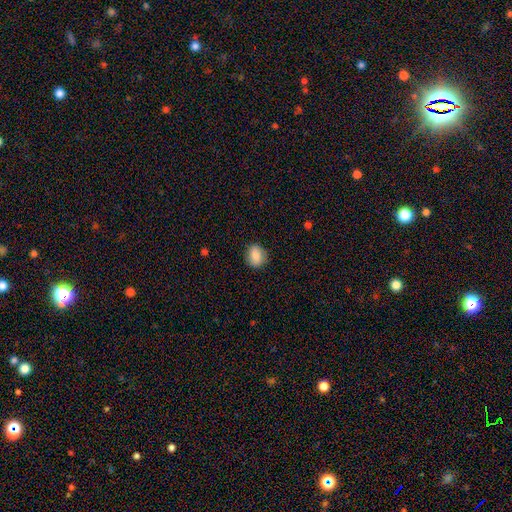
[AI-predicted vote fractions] smooth_or_featured: smooth (p=0.82) [alt: featured or disk p=0.10]
how_rounded: round (p=0.60) [alt: in between p=0.39]
merging: none (p=0.85) [alt: minor disturbance p=0.11]